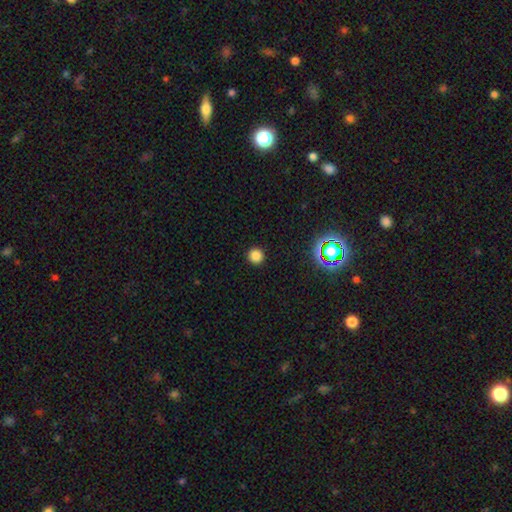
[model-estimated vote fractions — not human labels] This is clearly a smooth galaxy (82%). How rounded: clearly round (95%). Merging: clearly none (93%).